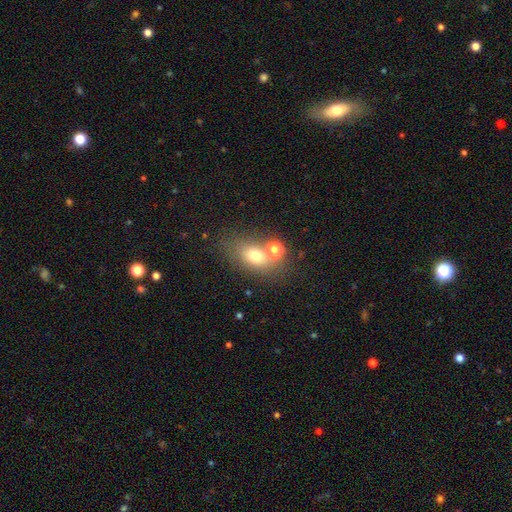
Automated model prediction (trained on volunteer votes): smooth 68%, featured or disk 17%, star or artifact 14%. Down the decision tree: how rounded — in between (69%); merging — none (56%).